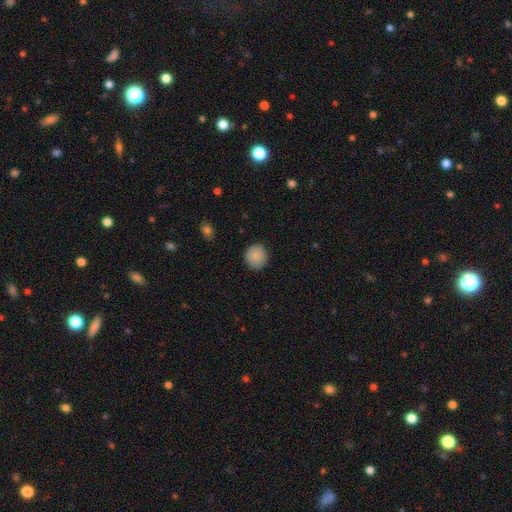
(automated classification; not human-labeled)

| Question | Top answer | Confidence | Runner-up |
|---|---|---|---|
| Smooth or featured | smooth | 89% | star or artifact (8%) |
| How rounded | round | 90% | in between (9%) |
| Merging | none | 89% | minor disturbance (8%) |